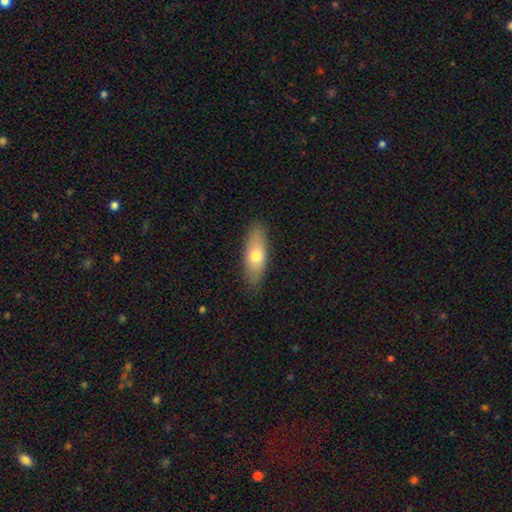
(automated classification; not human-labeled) Smooth or featured: smooth — 68% (featured or disk — 26%)
How rounded: in between — 65% (cigar-shaped — 31%)
Merging: none — 85% (minor disturbance — 11%)